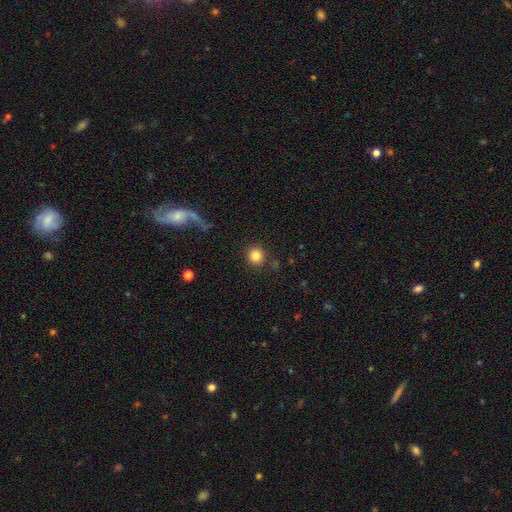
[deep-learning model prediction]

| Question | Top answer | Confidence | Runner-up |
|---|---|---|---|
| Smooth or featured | smooth | 84% | star or artifact (11%) |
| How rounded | round | 93% | in between (6%) |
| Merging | none | 88% | minor disturbance (7%) |